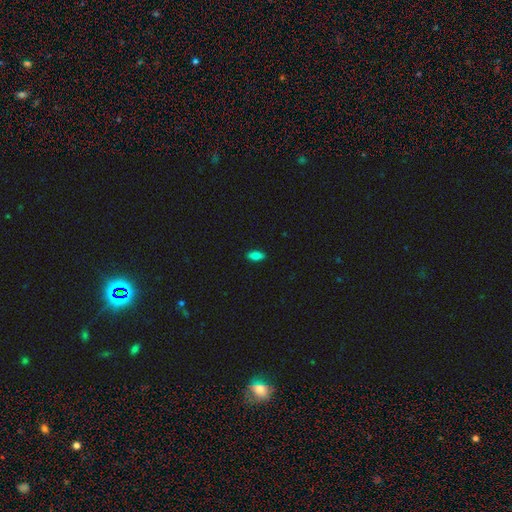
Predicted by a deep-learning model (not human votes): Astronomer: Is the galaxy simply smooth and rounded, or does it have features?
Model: smooth — 81%.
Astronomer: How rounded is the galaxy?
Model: in between — 85%.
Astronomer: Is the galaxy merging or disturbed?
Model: none — 88%.